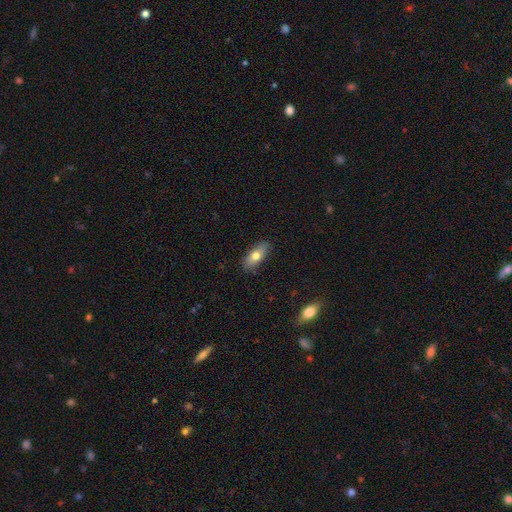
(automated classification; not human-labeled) The model was most divided on "smooth or featured": smooth: 71%, featured or disk: 23%, star or artifact: 7%. More confident: merging — none (86%); how rounded — in between (78%).